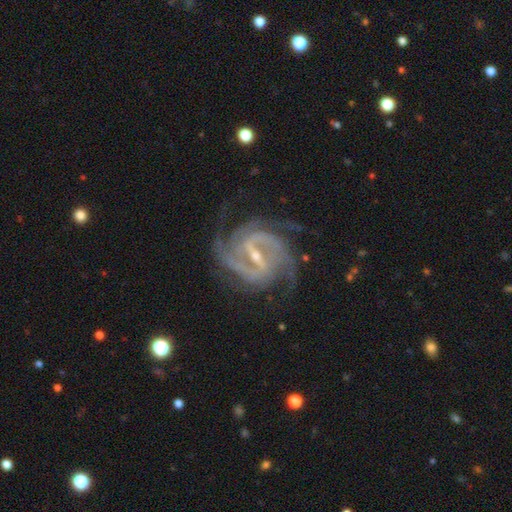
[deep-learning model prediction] A featured or disk galaxy (93%) with a strong bar (66%), 2 (39%) medium (48%) spiral arms (98%) and a small central bulge (67%).

Vote fractions:
- Smooth or featured? featured or disk: 93% / star or artifact: 4% / smooth: 2%
- Edge-on disk? no: 97% / yes: 3%
- Bar? strong: 66% / weak: 28% / no: 6%
- Spiral arms? yes: 98% / no: 2%
- Spiral winding? medium: 48% / tight: 42% / loose: 9%
- Spiral arm count? 2: 39% / 3: 26% / 4: 15% / can't tell: 9% / more than 4: 6% / 1: 5%
- Bulge size? small: 67% / moderate: 29% / none: 2% / large: 1% / dominant: 1%
- Merging? none: 73% / minor disturbance: 16% / major disturbance: 9% / merger: 2%